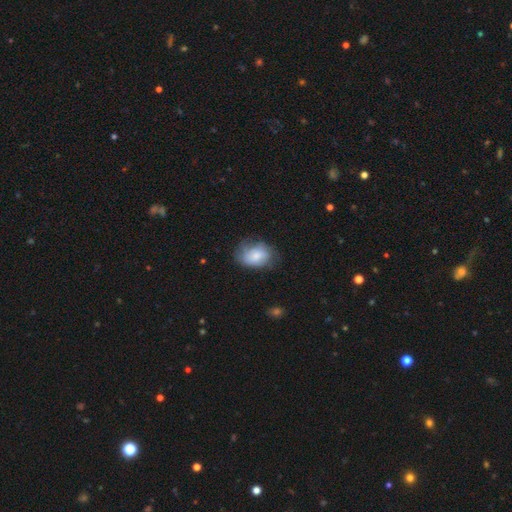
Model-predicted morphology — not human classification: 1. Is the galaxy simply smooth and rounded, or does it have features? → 70% smooth, 23% featured or disk, 7% star or artifact.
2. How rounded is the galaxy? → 77% in between, 22% round, 1% cigar-shaped.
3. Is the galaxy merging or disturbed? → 57% none, 29% minor disturbance, 12% major disturbance, 1% merger.